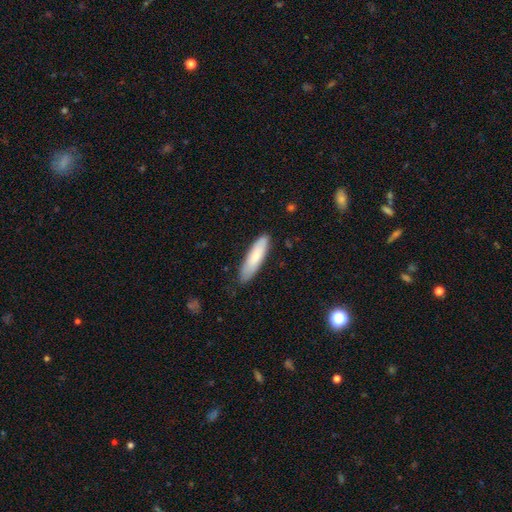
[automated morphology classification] Smooth or featured: smooth — 77% (featured or disk — 18%)
How rounded: cigar-shaped — 67% (in between — 32%)
Merging: none — 81% (minor disturbance — 16%)